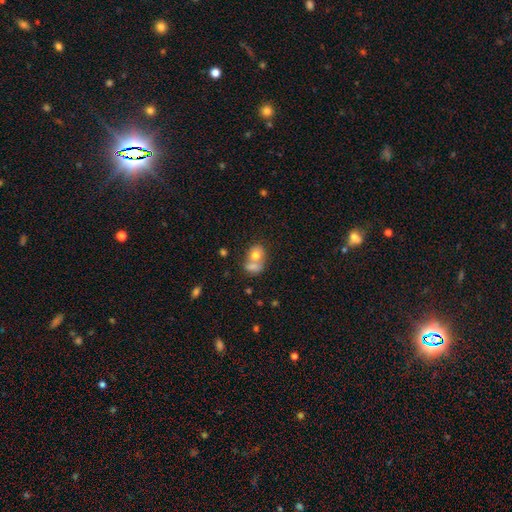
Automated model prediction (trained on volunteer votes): Smooth or featured?
  - smooth: 68% *
  - featured or disk: 22%
  - star or artifact: 10%
How rounded?
  - round: 53% *
  - in between: 46%
  - cigar-shaped: 1%
Merging?
  - merger: 62% *
  - none: 24%
  - minor disturbance: 8%
  - major disturbance: 5%